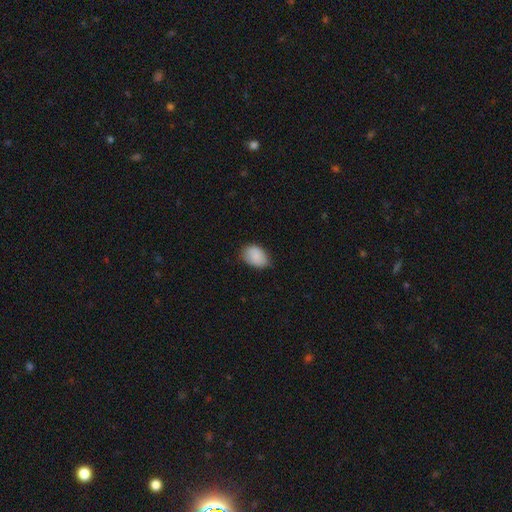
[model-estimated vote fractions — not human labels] Q: Smooth or featured?
A: smooth (87%); runner-up: star or artifact (7%)
Q: How rounded?
A: in between (81%); runner-up: round (17%)
Q: Merging?
A: none (68%); runner-up: minor disturbance (27%)